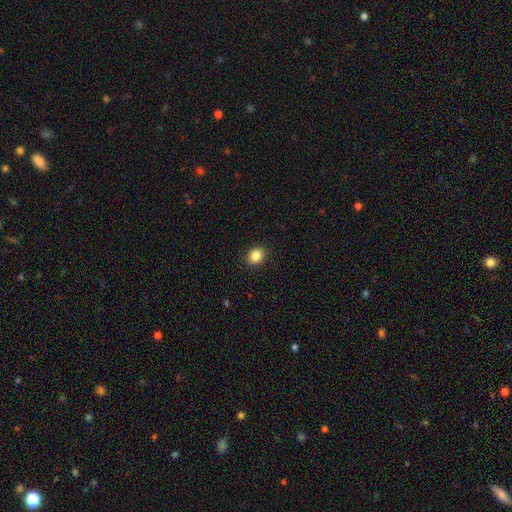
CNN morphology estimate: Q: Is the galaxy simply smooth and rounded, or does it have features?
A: smooth — 86%.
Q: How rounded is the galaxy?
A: round — 63%.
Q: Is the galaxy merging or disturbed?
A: none — 91%.